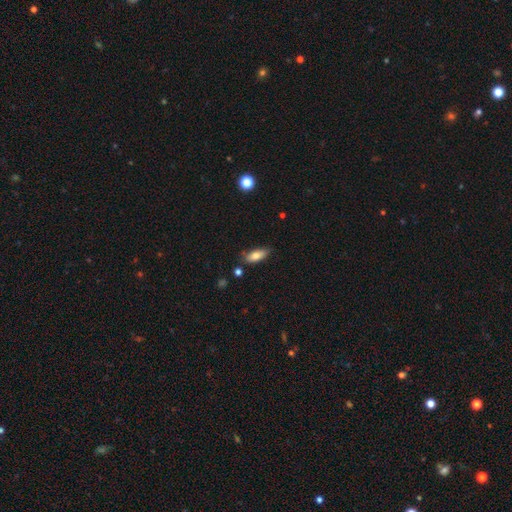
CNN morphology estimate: smooth_or_featured: smooth (p=0.78) [alt: featured or disk p=0.15]
how_rounded: in between (p=0.76) [alt: cigar-shaped p=0.22]
merging: none (p=0.73) [alt: minor disturbance p=0.20]